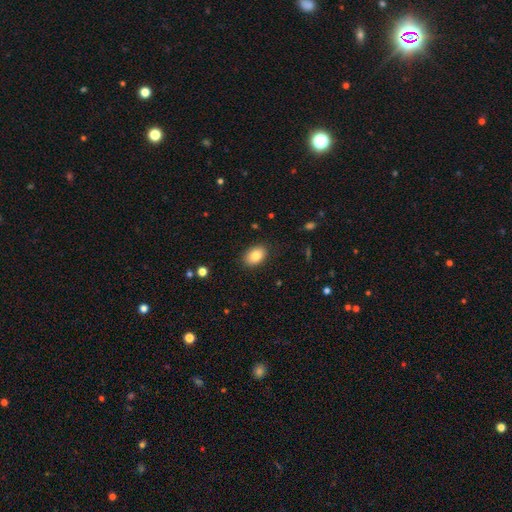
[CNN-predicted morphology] Smooth or featured? smooth (85%)
How rounded? in between (85%)
Merging? none (87%)